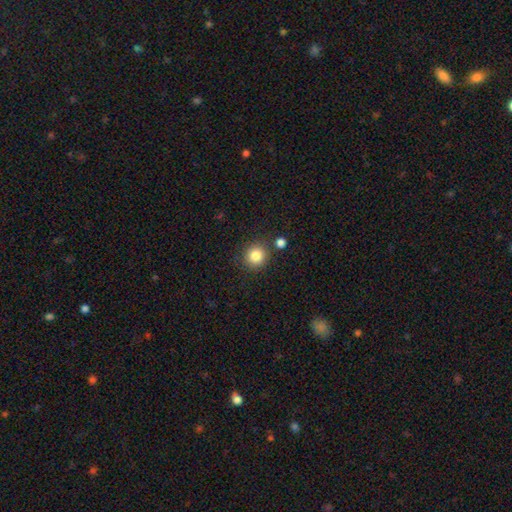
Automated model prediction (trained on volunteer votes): smooth_or_featured: smooth (p=0.84) [alt: star or artifact p=0.11]
how_rounded: round (p=0.92) [alt: in between p=0.07]
merging: none (p=0.85) [alt: minor disturbance p=0.07]